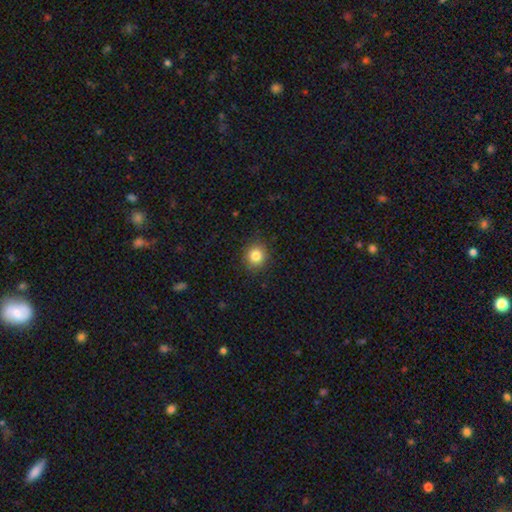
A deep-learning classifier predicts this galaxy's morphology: Overall: smooth (83%). How rounded: round (88%). Merging: none (89%).